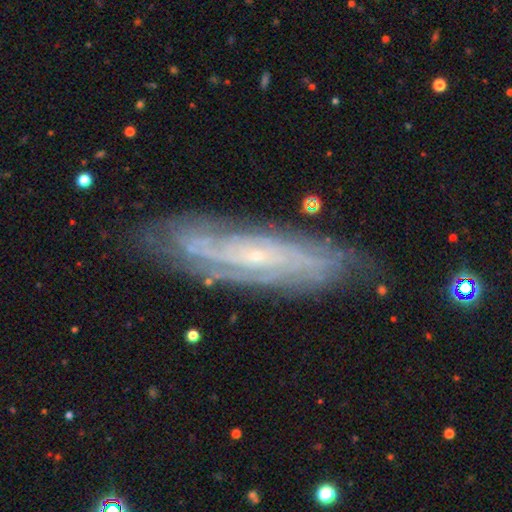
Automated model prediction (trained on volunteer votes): A featured or disk galaxy (80%) with no bar (62%), tight (60%) spiral arms (92%) and a small central bulge (85%).

Vote fractions:
- Smooth or featured? featured or disk: 80% / smooth: 12% / star or artifact: 8%
- Edge-on disk? no: 75% / yes: 25%
- Bar? no: 62% / weak: 28% / strong: 10%
- Spiral arms? yes: 92% / no: 8%
- Spiral winding? tight: 60% / medium: 31% / loose: 10%
- Spiral arm count? can't tell: 46% / 2: 24% / 3: 10% / 4: 9% / more than 4: 6% / 1: 5%
- Bulge size? small: 85% / moderate: 10% / none: 3% / large: 1% / dominant: 1%
- Merging? none: 81% / minor disturbance: 14% / major disturbance: 3% / merger: 2%